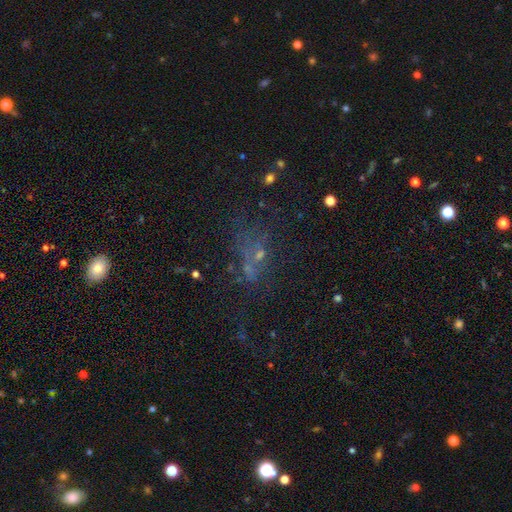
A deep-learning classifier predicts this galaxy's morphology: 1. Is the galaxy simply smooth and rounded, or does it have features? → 42% star or artifact, 32% smooth, 26% featured or disk.